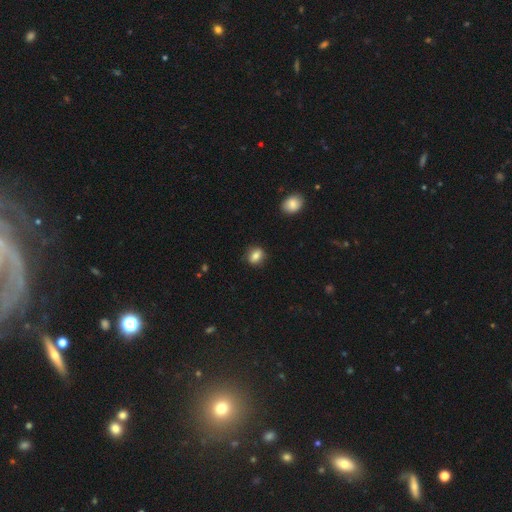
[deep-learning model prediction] Q: Smooth or featured?
A: smooth (80%); runner-up: featured or disk (11%)
Q: How rounded?
A: round (51%); runner-up: in between (47%)
Q: Merging?
A: none (84%); runner-up: minor disturbance (12%)